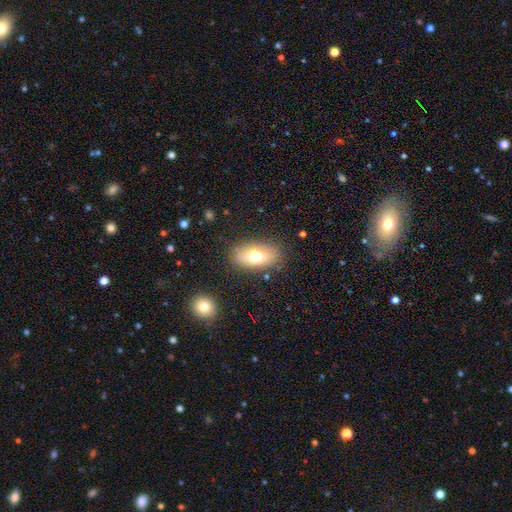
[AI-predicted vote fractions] smooth-or-featured: smooth: 70% | featured or disk: 21% | star or artifact: 8%
  how-rounded: in between: 90% | round: 7% | cigar-shaped: 3%
  merging: none: 83% | minor disturbance: 12% | major disturbance: 4% | merger: 2%